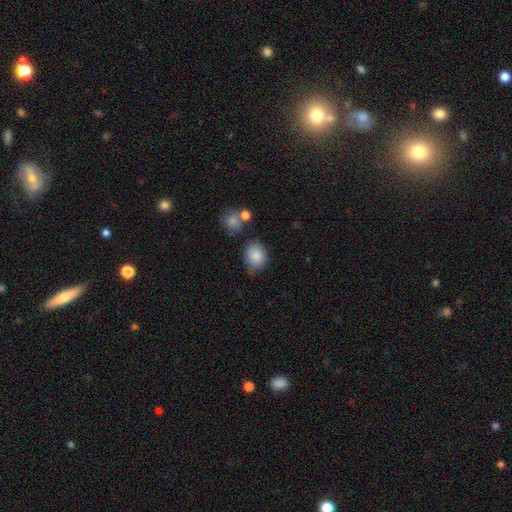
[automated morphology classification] This is clearly a smooth galaxy (85%). How rounded: possibly round (53%). Merging: likely none (65%).